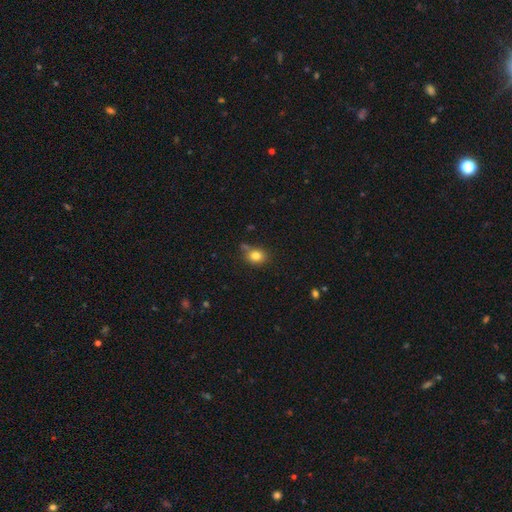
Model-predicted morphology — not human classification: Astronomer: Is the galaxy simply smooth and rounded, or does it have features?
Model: smooth — 81%.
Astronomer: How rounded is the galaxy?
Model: round — 57% (runner-up: in between, 42%).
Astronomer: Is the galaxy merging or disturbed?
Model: none — 71%.